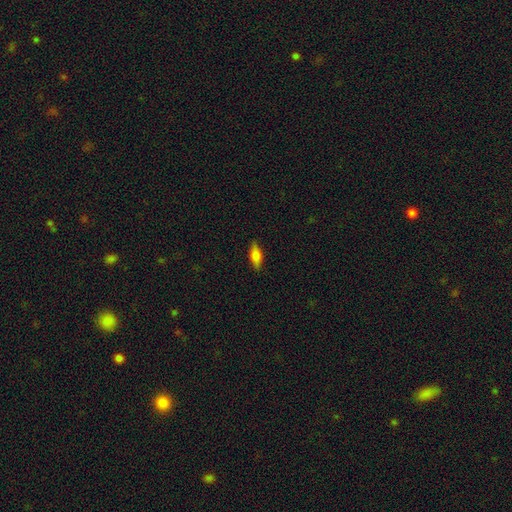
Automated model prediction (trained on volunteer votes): A smooth galaxy with no disk features (71%) that is in between round and cigar-shaped (72%). Merging: none (86%).